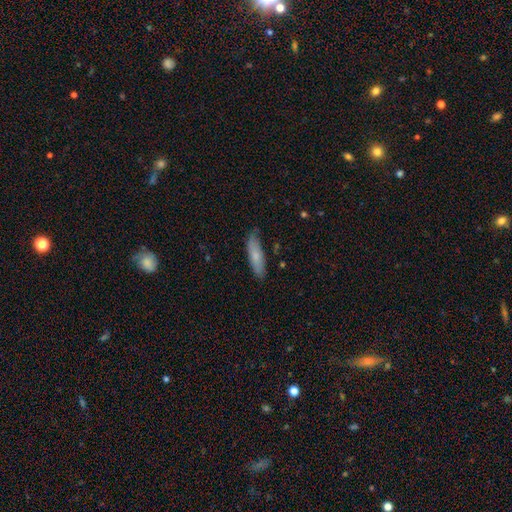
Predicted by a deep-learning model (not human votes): This is likely a smooth galaxy (74%). How rounded: likely cigar-shaped (68%). Merging: likely none (78%).